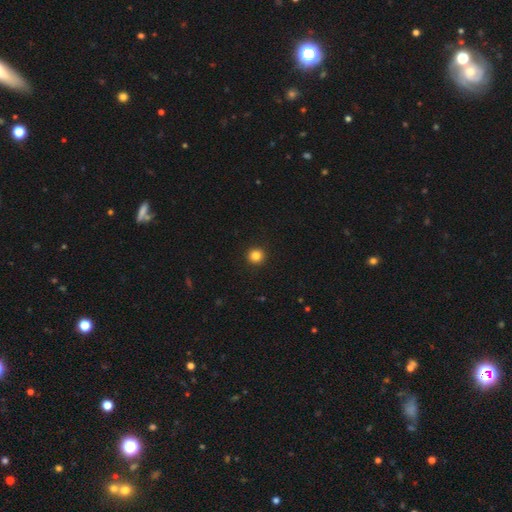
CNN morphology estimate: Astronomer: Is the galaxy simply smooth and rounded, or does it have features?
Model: smooth — 84%.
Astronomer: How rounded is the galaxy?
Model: round — 95%.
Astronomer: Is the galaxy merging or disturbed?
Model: none — 94%.